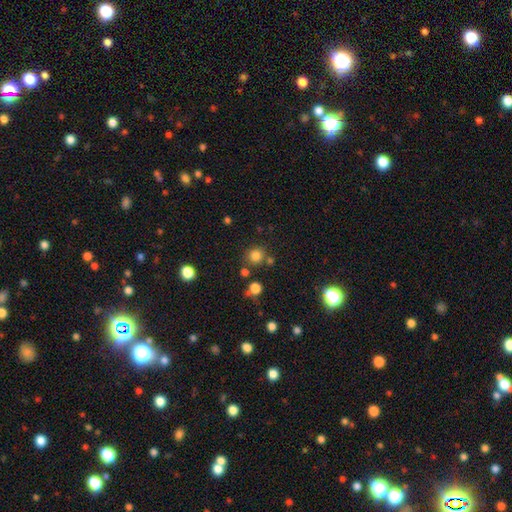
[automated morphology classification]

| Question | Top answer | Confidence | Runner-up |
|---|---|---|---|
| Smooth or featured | smooth | 80% | star or artifact (15%) |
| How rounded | round | 91% | in between (8%) |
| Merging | none | 77% | merger (11%) |